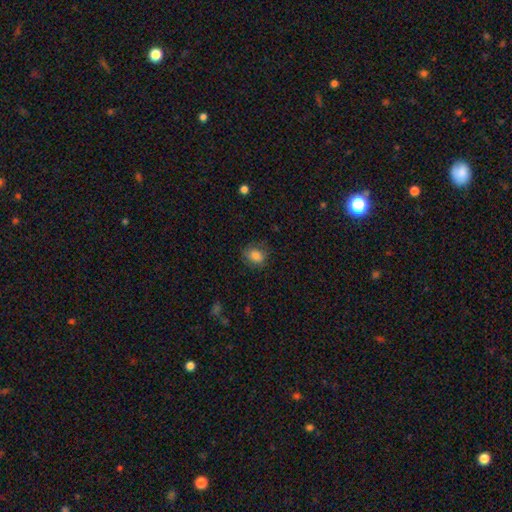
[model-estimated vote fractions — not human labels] A smooth galaxy with no disk features (84%) that is in between round and cigar-shaped (53%).

Vote fractions:
- Smooth or featured? smooth: 84% / star or artifact: 10% / featured or disk: 7%
- How rounded? in between: 53% / round: 46% / cigar-shaped: 1%
- Merging? none: 74% / minor disturbance: 19% / major disturbance: 6% / merger: 1%